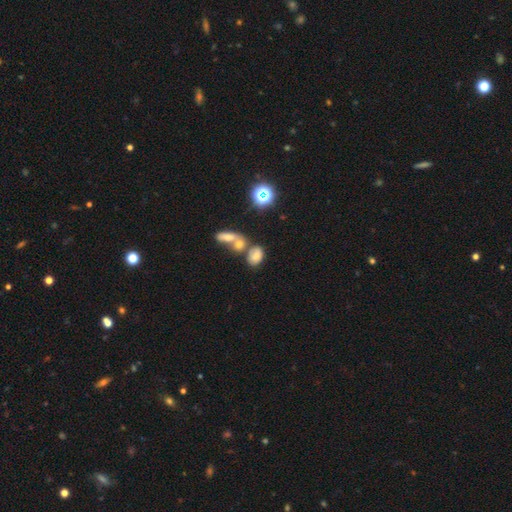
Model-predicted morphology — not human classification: This is likely a smooth galaxy (66%). How rounded: clearly in between (81%). Merging: possibly merger (45%).